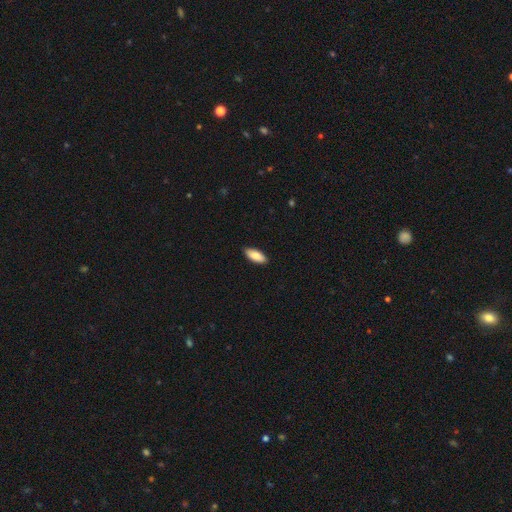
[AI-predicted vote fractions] smooth 86%, featured or disk 8%, star or artifact 6%. Down the decision tree: how rounded — in between (82%); merging — none (89%).